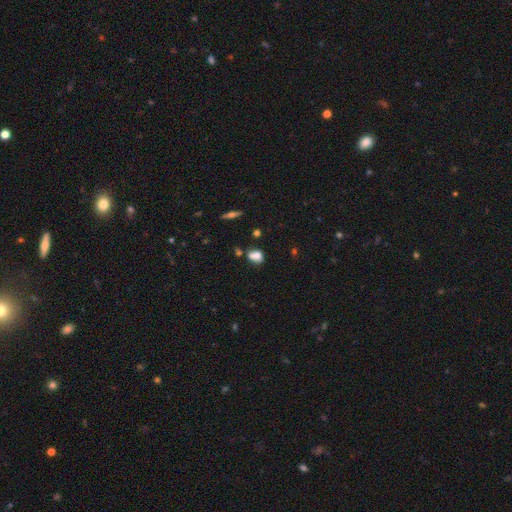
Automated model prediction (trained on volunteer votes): A smooth galaxy with no disk features (72%) that is in between round and cigar-shaped (60%).

Vote fractions:
- Smooth or featured? smooth: 72% / featured or disk: 16% / star or artifact: 13%
- How rounded? in between: 60% / round: 38% / cigar-shaped: 3%
- Merging? none: 42% / merger: 31% / minor disturbance: 19% / major disturbance: 8%